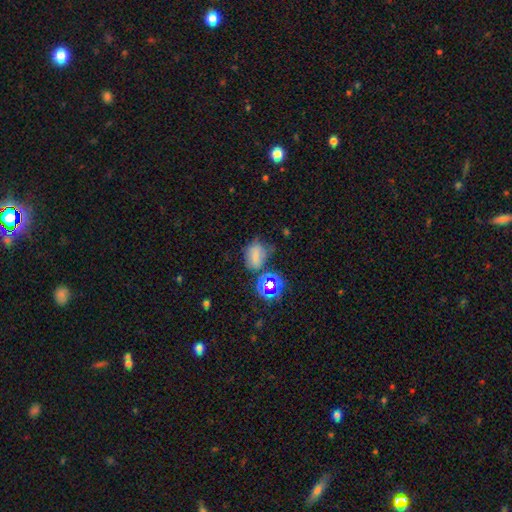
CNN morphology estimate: Smooth or featured: smooth — 62% (star or artifact — 25%)
How rounded: in between — 63% (round — 35%)
Merging: none — 49% (minor disturbance — 29%)